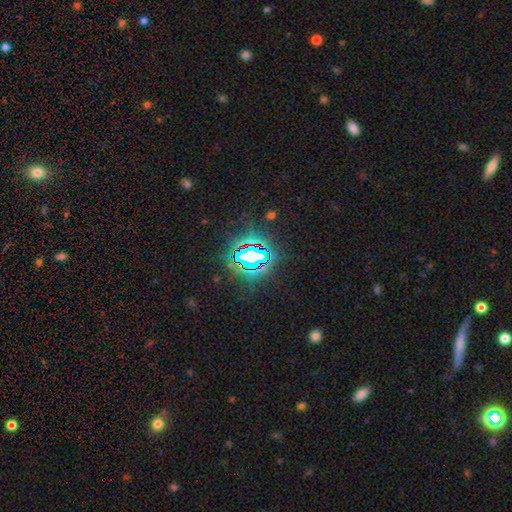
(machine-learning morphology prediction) Q: Smooth or featured?
A: star or artifact (78%); runner-up: smooth (12%)